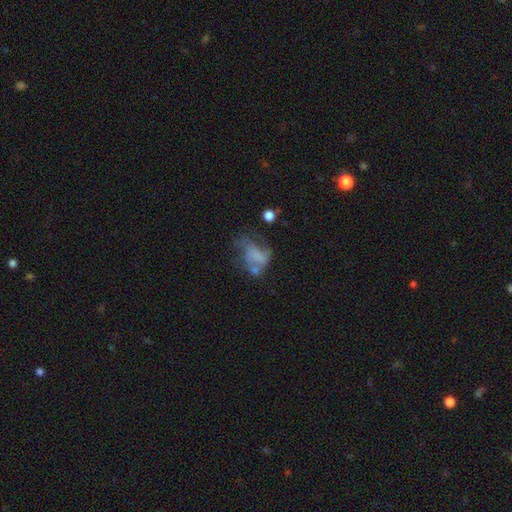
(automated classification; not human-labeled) A featured or disk galaxy (44%).

Vote fractions:
- Smooth or featured? featured or disk: 44% / smooth: 42% / star or artifact: 13%
- Merging? major disturbance: 42% / none: 25% / minor disturbance: 20% / merger: 14%